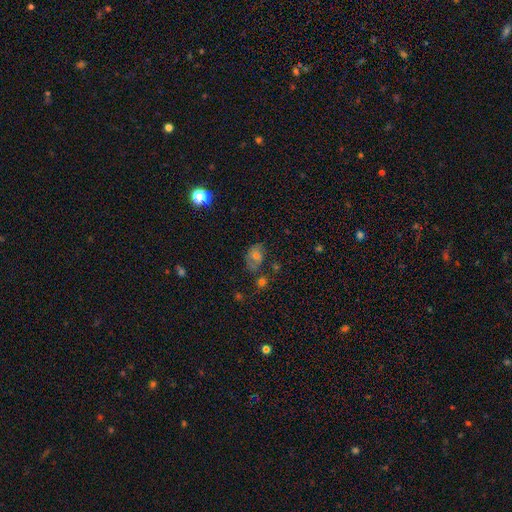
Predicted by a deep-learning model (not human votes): smooth 48%, featured or disk 30%, star or artifact 22%. Down the decision tree: merging — none (57%).